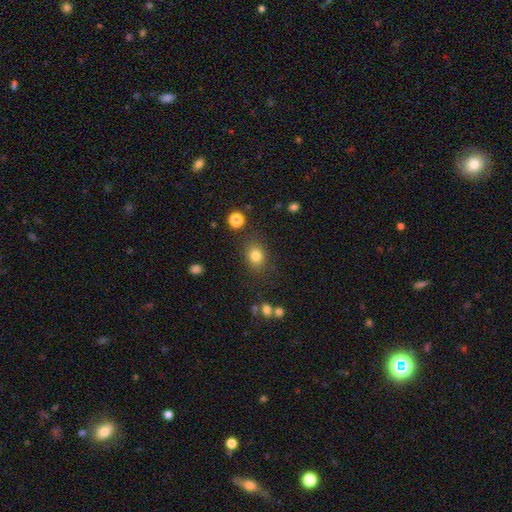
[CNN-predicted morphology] smooth-or-featured: smooth: 82% | star or artifact: 12% | featured or disk: 6%
  how-rounded: round: 58% | in between: 41% | cigar-shaped: 1%
  merging: none: 82% | minor disturbance: 11% | major disturbance: 4% | merger: 3%